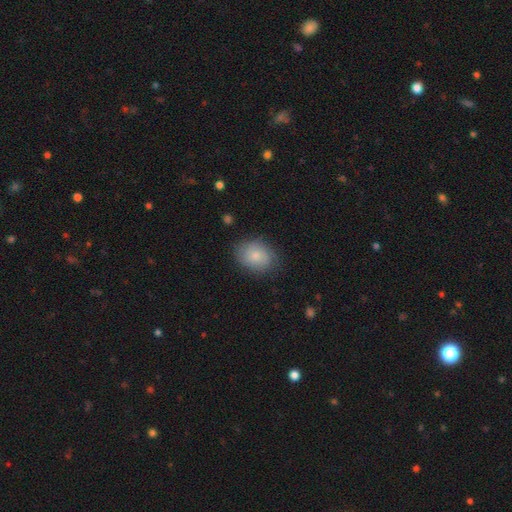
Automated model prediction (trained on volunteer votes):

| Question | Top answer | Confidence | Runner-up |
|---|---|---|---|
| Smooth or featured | smooth | 81% | featured or disk (12%) |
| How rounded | in between | 63% | round (36%) |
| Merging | none | 78% | minor disturbance (16%) |